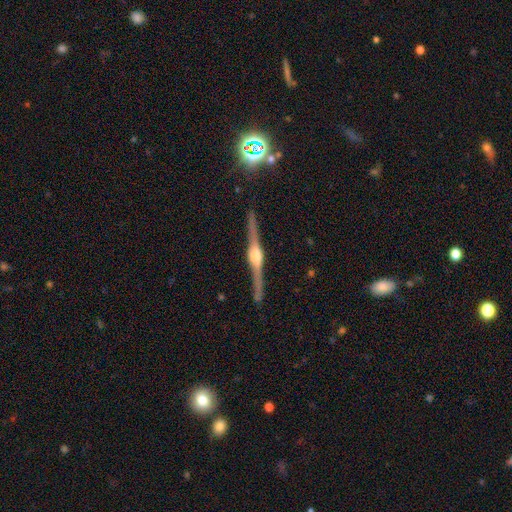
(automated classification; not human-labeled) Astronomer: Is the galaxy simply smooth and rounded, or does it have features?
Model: featured or disk — 88%.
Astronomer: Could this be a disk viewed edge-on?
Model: yes — 98%.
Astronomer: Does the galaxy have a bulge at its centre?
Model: rounded — 90%.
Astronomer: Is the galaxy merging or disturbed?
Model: none — 90%.